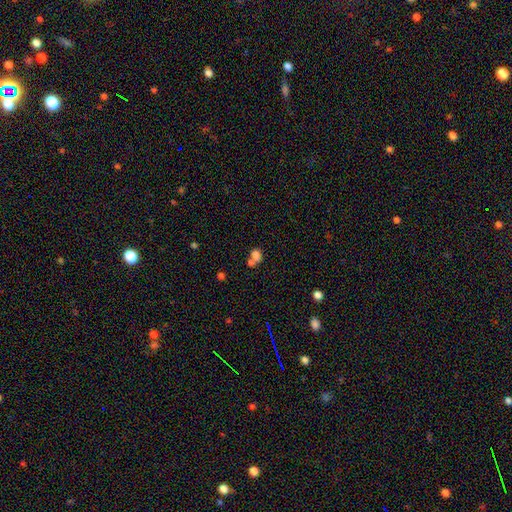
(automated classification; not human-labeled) The model was most divided on "merging": merger: 51%, none: 34%, minor disturbance: 9%, major disturbance: 5%. More confident: smooth or featured — smooth (76%); how rounded — in between (59%).